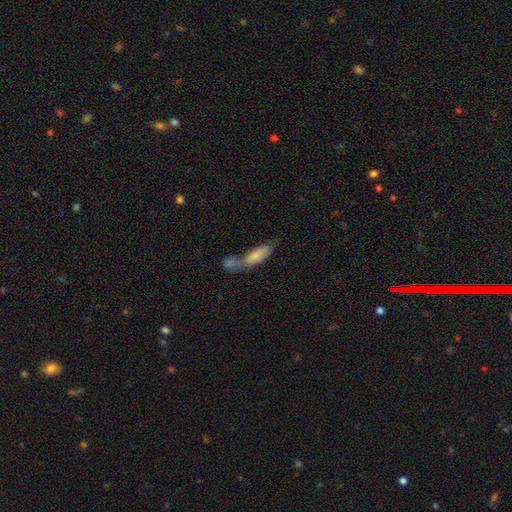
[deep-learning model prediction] This is likely a smooth galaxy (71%). How rounded: possibly in between (57%). Merging: possibly merger (57%).